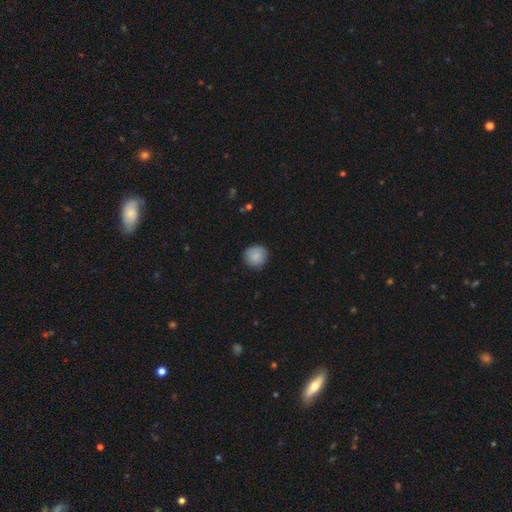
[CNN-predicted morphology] The model was most divided on "merging": none: 84%, minor disturbance: 13%, major disturbance: 2%, merger: 1%. More confident: how rounded — round (92%); smooth or featured — smooth (85%).